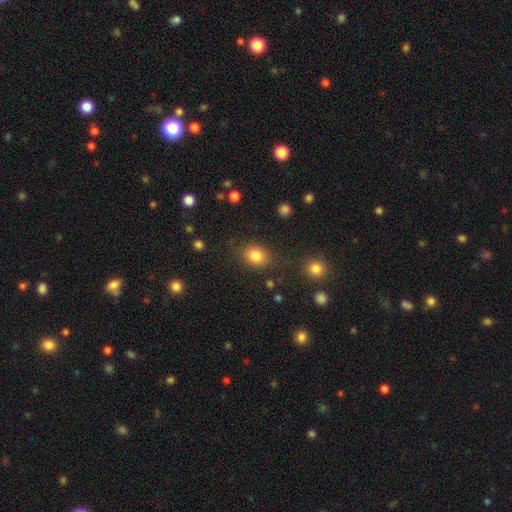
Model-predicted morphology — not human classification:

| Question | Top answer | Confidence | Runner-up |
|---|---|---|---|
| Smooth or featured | smooth | 83% | star or artifact (11%) |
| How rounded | in between | 50% | round (49%) |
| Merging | none | 81% | minor disturbance (11%) |